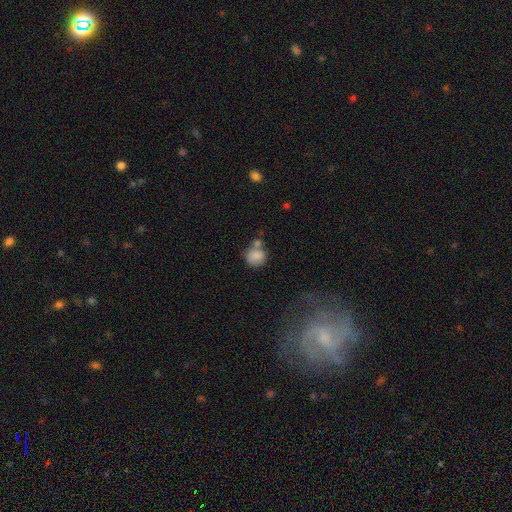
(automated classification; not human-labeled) Overall: smooth (81%). How rounded: round (78%). Merging: none (45%; merger 29%).